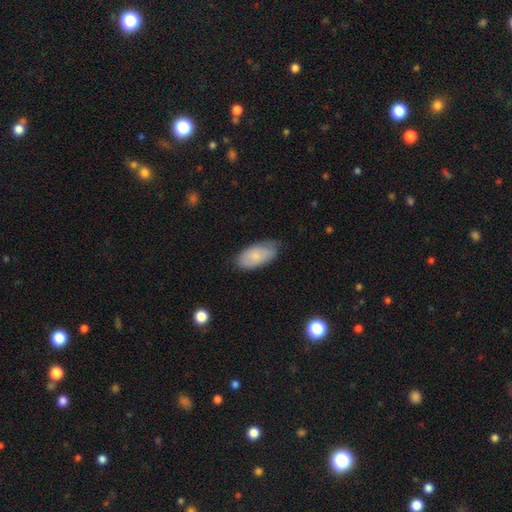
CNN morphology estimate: smooth 78%, featured or disk 16%, star or artifact 6%. Down the decision tree: how rounded — in between (93%); merging — none (72%).